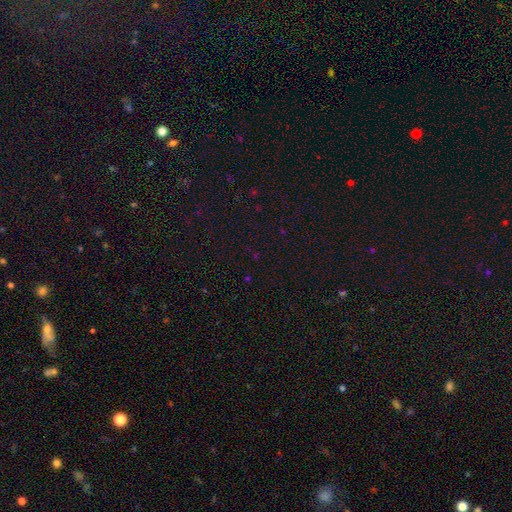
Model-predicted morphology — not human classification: Smooth or featured?
  - star or artifact: 64% *
  - smooth: 28%
  - featured or disk: 7%